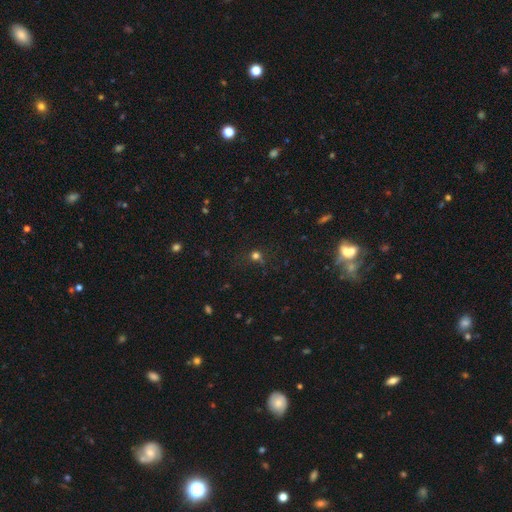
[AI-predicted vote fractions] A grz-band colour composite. It shows a smooth galaxy with no disk features (65%) that is round (89%). Merging: none (77%).